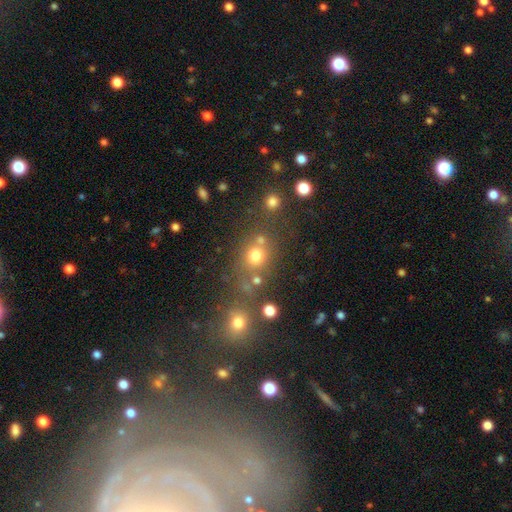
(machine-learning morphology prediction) A smooth galaxy with no disk features (72%) that is round (80%). Merging: none (63%).